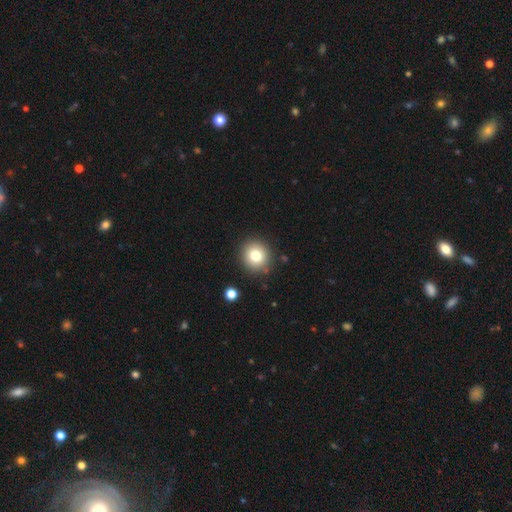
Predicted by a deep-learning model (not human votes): Smooth or featured: smooth — 78% (star or artifact — 12%)
How rounded: round — 90% (in between — 9%)
Merging: none — 88% (minor disturbance — 7%)